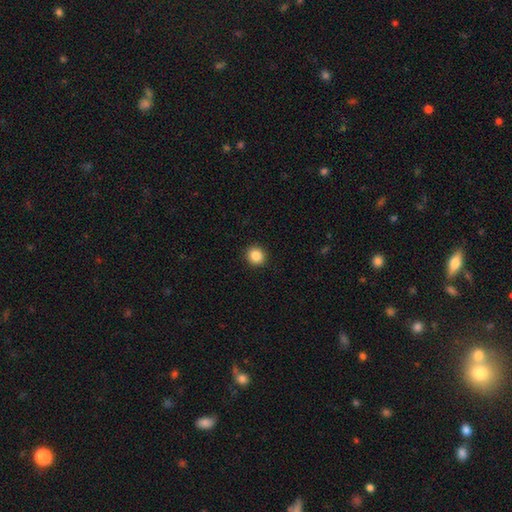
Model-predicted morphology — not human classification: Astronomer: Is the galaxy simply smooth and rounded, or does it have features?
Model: smooth — 86%.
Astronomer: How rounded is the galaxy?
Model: round — 90%.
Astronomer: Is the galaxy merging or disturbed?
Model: none — 93%.